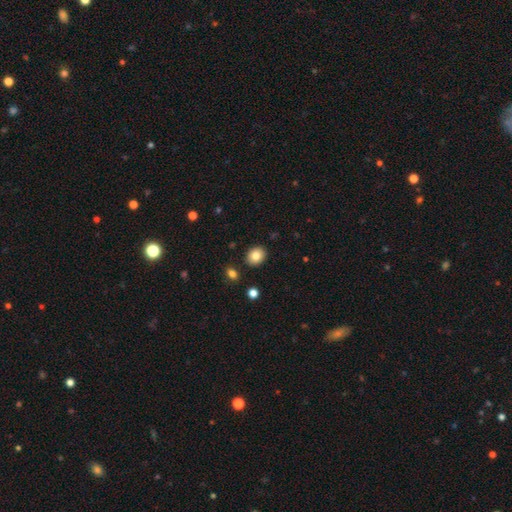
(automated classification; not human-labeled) Morphology: type=smooth (82%); roundness=round (59%); merging=none (88%).